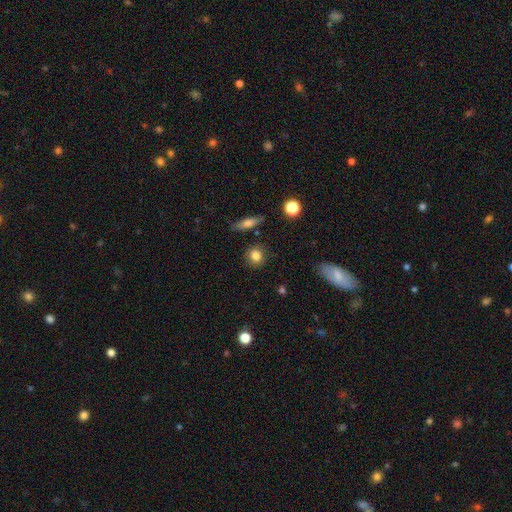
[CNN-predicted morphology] smooth_or_featured: smooth (p=0.83) [alt: star or artifact p=0.10]
how_rounded: round (p=0.81) [alt: in between p=0.17]
merging: none (p=0.85) [alt: minor disturbance p=0.10]